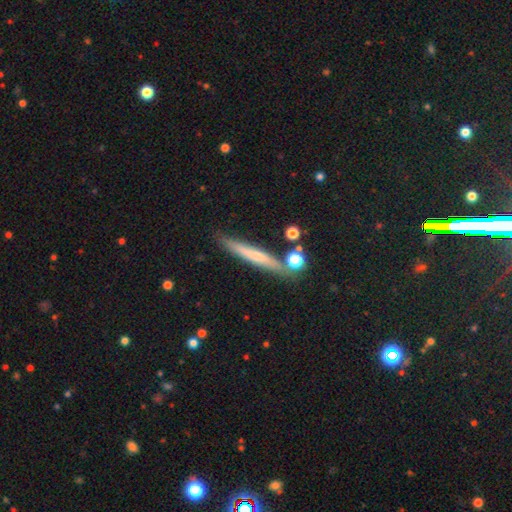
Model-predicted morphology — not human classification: smooth_or_featured: smooth (p=0.47) [alt: featured or disk p=0.45]
merging: none (p=0.80) [alt: minor disturbance p=0.11]